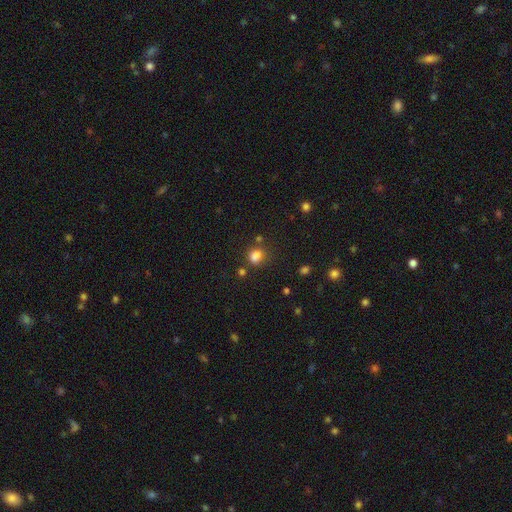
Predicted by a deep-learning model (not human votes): Morphology: type=smooth (80%); roundness=round (61%); merging=none (63%).